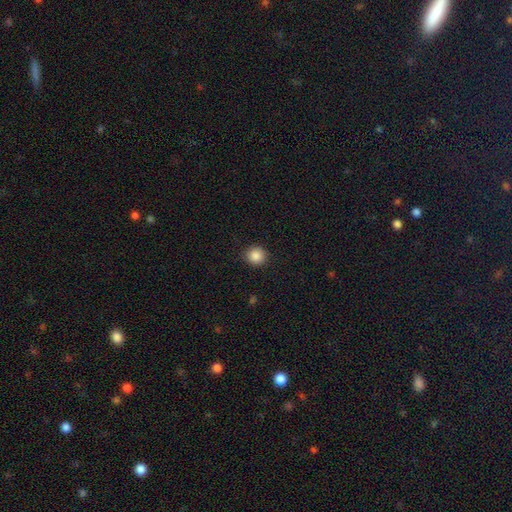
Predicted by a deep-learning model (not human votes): This is clearly a smooth galaxy (87%). How rounded: clearly round (91%). Merging: clearly none (90%).